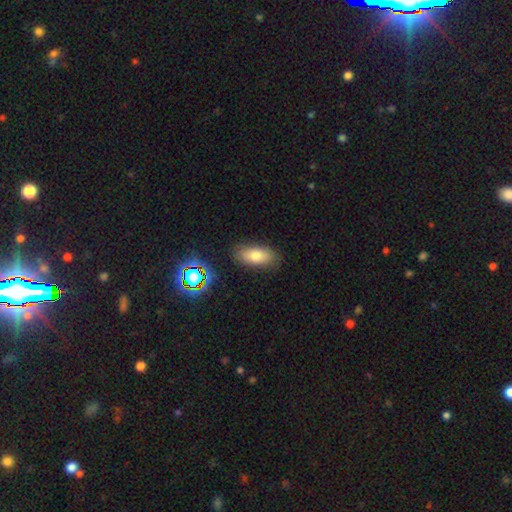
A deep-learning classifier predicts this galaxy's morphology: Smooth or featured: smooth — 72% (featured or disk — 17%)
How rounded: in between — 86% (cigar-shaped — 9%)
Merging: none — 83% (minor disturbance — 12%)